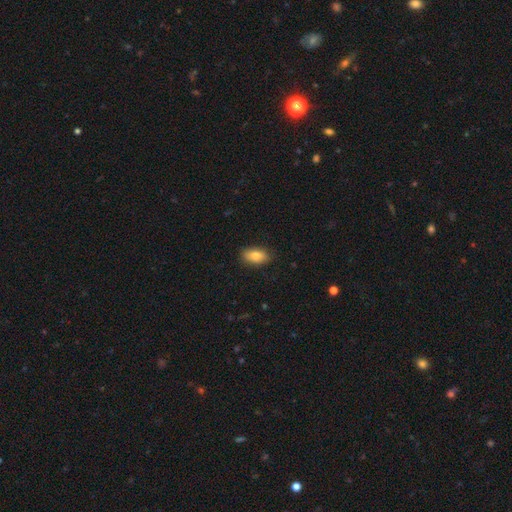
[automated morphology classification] A smooth galaxy with no disk features (83%) that is in between round and cigar-shaped (90%).

Vote fractions:
- Smooth or featured? smooth: 83% / featured or disk: 9% / star or artifact: 7%
- How rounded? in between: 90% / cigar-shaped: 5% / round: 5%
- Merging? none: 84% / minor disturbance: 13% / major disturbance: 2% / merger: 1%